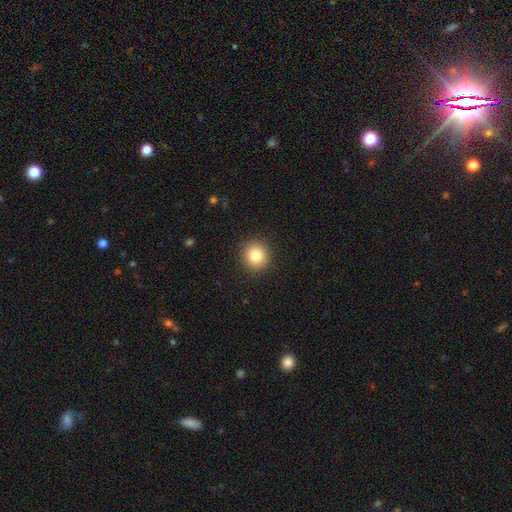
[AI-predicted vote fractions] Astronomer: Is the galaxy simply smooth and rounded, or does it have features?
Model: smooth — 82%.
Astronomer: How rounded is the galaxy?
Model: round — 90%.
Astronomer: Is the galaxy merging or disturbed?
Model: none — 91%.